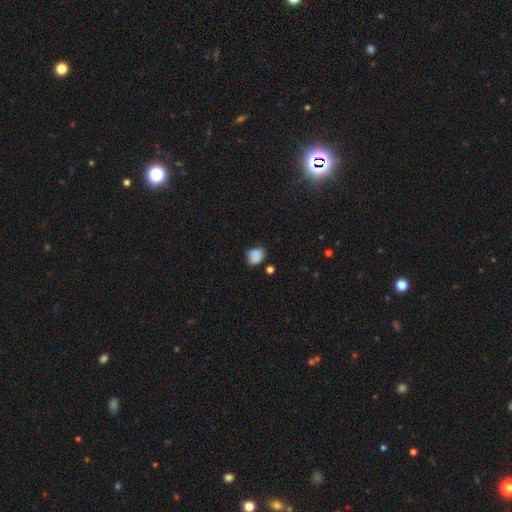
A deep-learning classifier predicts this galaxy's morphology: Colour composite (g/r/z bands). It shows a smooth galaxy with no disk features (78%) that is in between round and cigar-shaped (52%). Merging: none (54%).